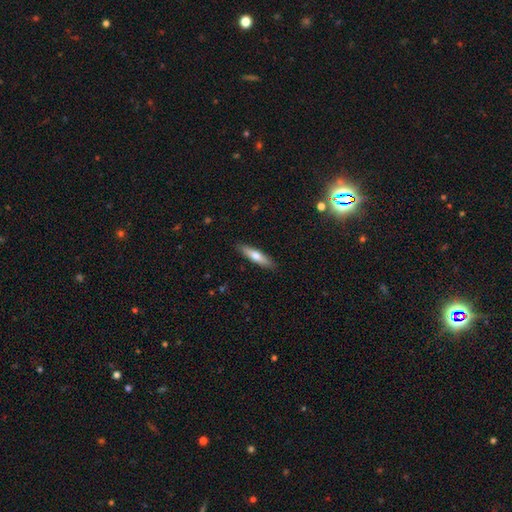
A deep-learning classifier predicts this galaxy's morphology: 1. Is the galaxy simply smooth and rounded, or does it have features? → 62% smooth, 32% featured or disk, 6% star or artifact.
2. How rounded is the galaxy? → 77% cigar-shaped, 21% in between, 2% round.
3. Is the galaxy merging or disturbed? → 89% none, 8% minor disturbance, 2% major disturbance, 1% merger.